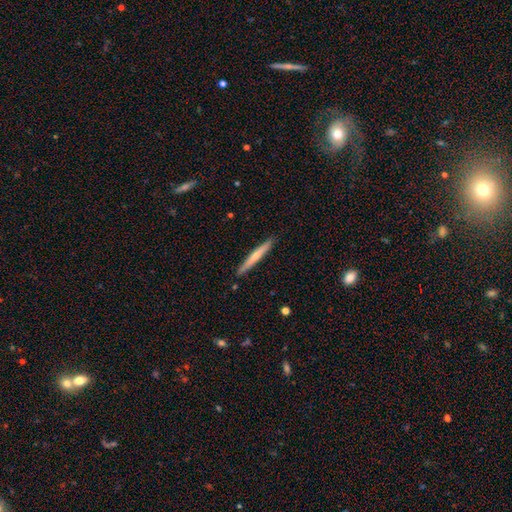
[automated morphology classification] Q: Smooth or featured?
A: smooth (50%); runner-up: featured or disk (44%)
Q: How rounded?
A: cigar-shaped (96%); runner-up: in between (3%)
Q: Merging?
A: none (90%); runner-up: minor disturbance (7%)